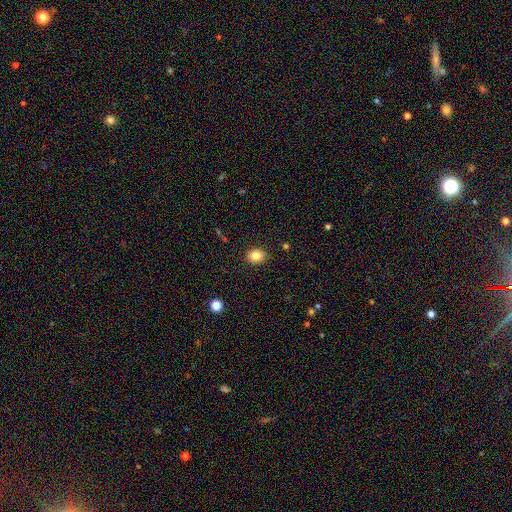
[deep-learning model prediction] A smooth galaxy with no disk features (83%) that is in between round and cigar-shaped (53%).

Vote fractions:
- Smooth or featured? smooth: 83% / star or artifact: 10% / featured or disk: 6%
- How rounded? in between: 53% / round: 46% / cigar-shaped: 1%
- Merging? none: 88% / minor disturbance: 9% / major disturbance: 2% / merger: 1%